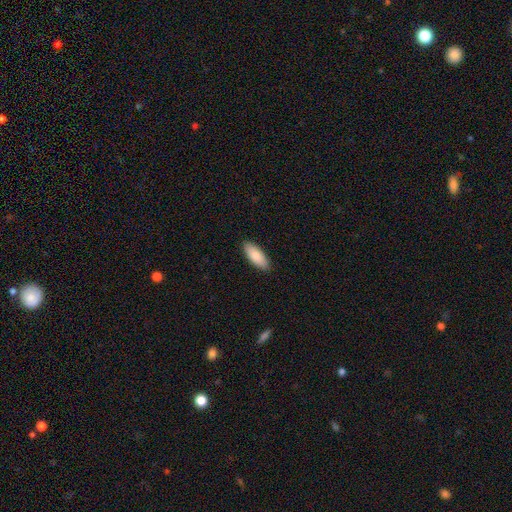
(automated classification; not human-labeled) Smooth or featured? Predicted: smooth (p=0.85). How rounded? Predicted: in between (p=0.79). Merging? Predicted: none (p=0.90).